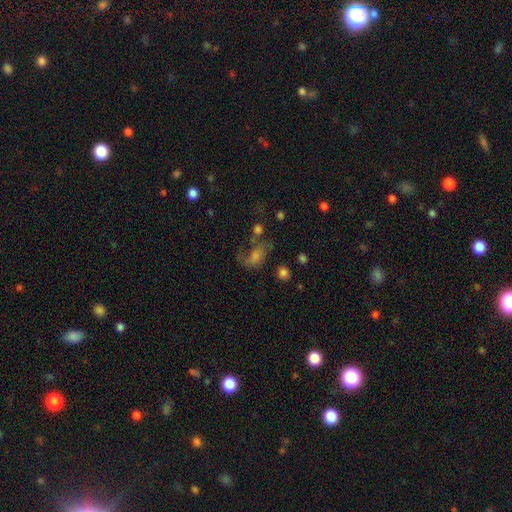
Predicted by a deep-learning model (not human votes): smooth-or-featured: featured or disk: 42% | smooth: 34% | star or artifact: 24%
  merging: none: 38% | major disturbance: 28% | minor disturbance: 17% | merger: 17%